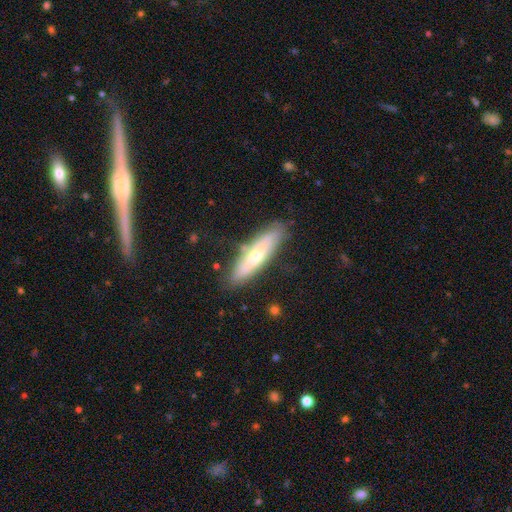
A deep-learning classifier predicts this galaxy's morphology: Smooth or featured?
  - featured or disk: 47% *
  - smooth: 45%
  - star or artifact: 8%
Merging?
  - none: 82% *
  - minor disturbance: 13%
  - major disturbance: 3%
  - merger: 2%